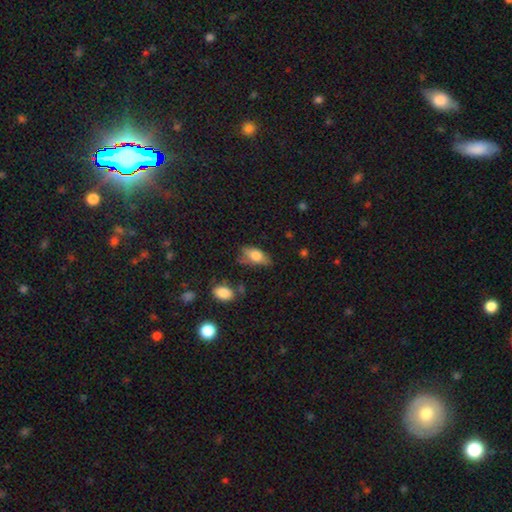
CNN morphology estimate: type=smooth (74%); roundness=in between (86%); merging=none (52%).